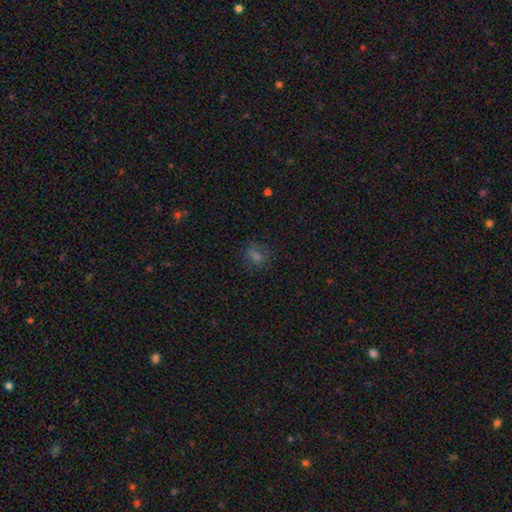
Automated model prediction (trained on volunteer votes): Smooth or featured?
  - smooth: 56% *
  - star or artifact: 32%
  - featured or disk: 12%
How rounded?
  - round: 50% *
  - in between: 45%
  - cigar-shaped: 4%
Merging?
  - none: 77% *
  - minor disturbance: 14%
  - major disturbance: 7%
  - merger: 2%